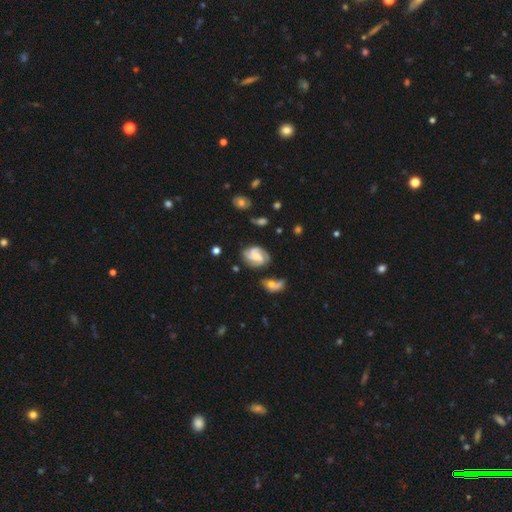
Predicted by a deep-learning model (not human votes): Q: Smooth or featured?
A: featured or disk (76%); runner-up: smooth (17%)
Q: Edge-on disk?
A: no (97%); runner-up: yes (3%)
Q: Bar?
A: weak (48%); runner-up: no (38%)
Q: Spiral arms?
A: yes (94%); runner-up: no (6%)
Q: Spiral winding?
A: medium (46%); runner-up: tight (36%)
Q: Spiral arm count?
A: 2 (58%); runner-up: 3 (20%)
Q: Bulge size?
A: moderate (42%); runner-up: small (36%)
Q: Merging?
A: none (64%); runner-up: minor disturbance (19%)